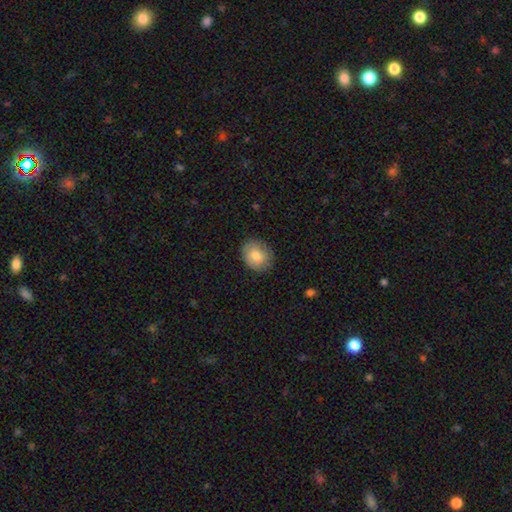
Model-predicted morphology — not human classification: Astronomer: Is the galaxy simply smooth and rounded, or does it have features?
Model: smooth — 81%.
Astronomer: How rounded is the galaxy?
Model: round — 57% (runner-up: in between, 42%).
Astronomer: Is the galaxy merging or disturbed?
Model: none — 84%.